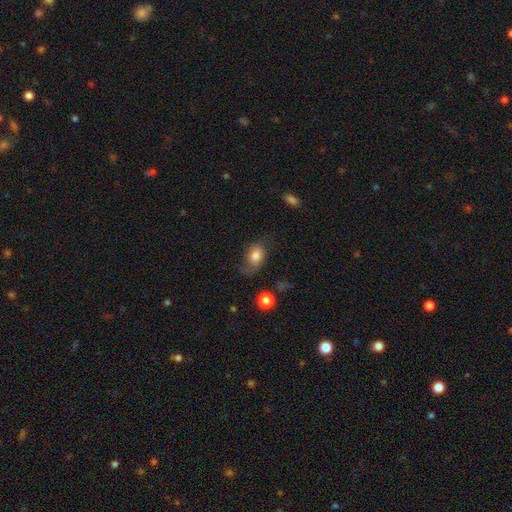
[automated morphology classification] This appears to be a smooth galaxy with no disk features (77%) that is in between round and cigar-shaped (76%). Merging: none (51%).